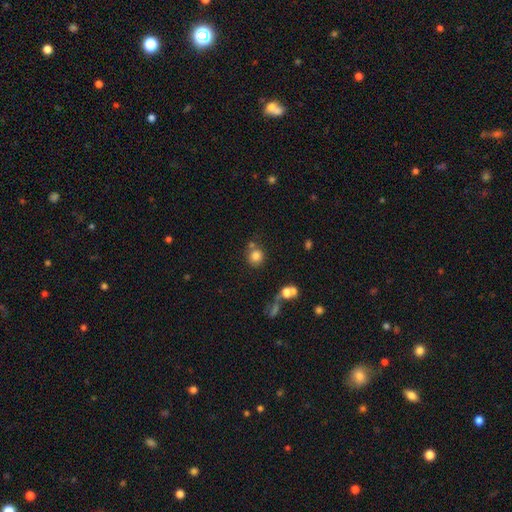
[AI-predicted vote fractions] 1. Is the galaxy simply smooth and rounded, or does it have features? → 80% smooth, 12% star or artifact, 8% featured or disk.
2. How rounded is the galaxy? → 86% round, 12% in between, 1% cigar-shaped.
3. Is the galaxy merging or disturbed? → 62% none, 22% merger, 11% minor disturbance, 5% major disturbance.